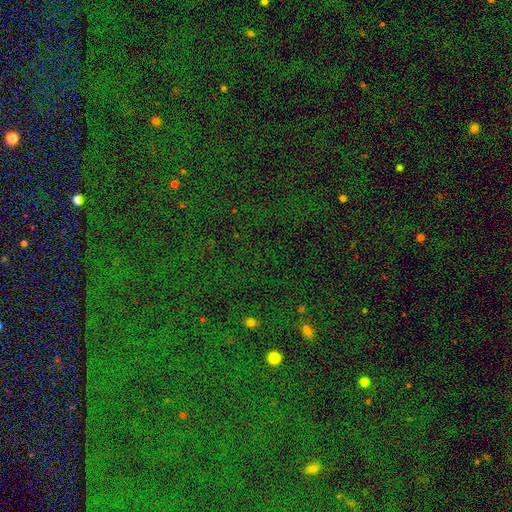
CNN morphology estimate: smooth_or_featured: star or artifact (p=0.83) [alt: smooth p=0.10]